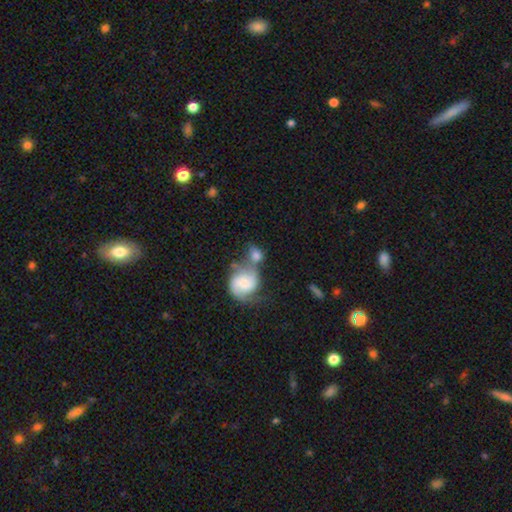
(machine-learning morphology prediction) A smooth galaxy with no disk features (57%) that is round (50%). Merging: merger (51%).